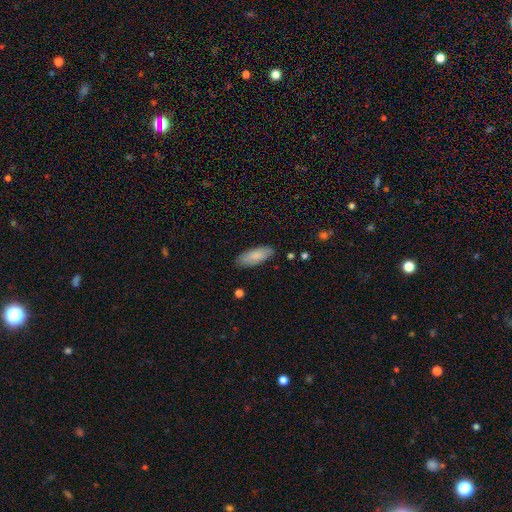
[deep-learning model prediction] A smooth galaxy with no disk features (85%) that is in between round and cigar-shaped (72%). Merging: none (85%).